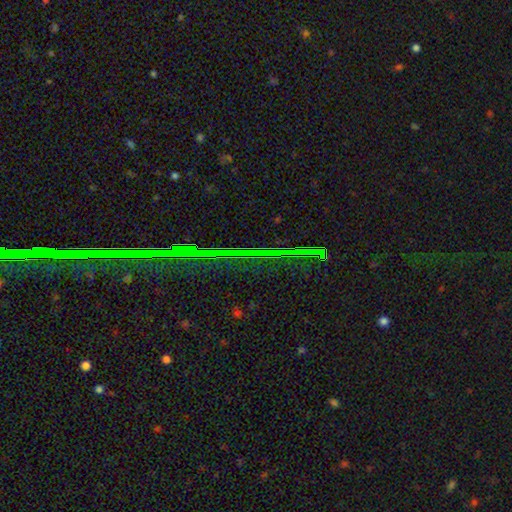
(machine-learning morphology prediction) This appears to be a star or artifact, not a galaxy (83%).